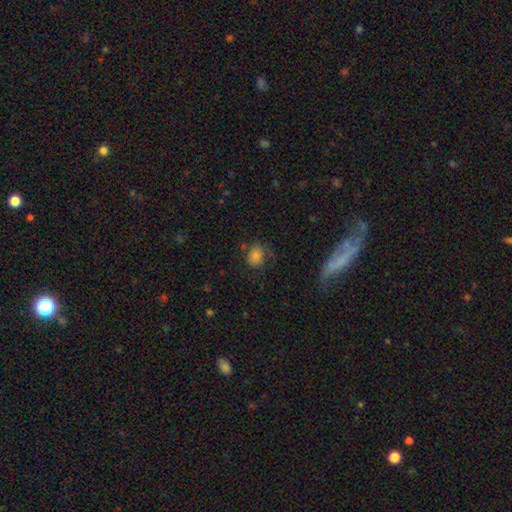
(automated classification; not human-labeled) This appears to be a smooth galaxy with no disk features (67%) that is round (61%). Merging: none (63%).